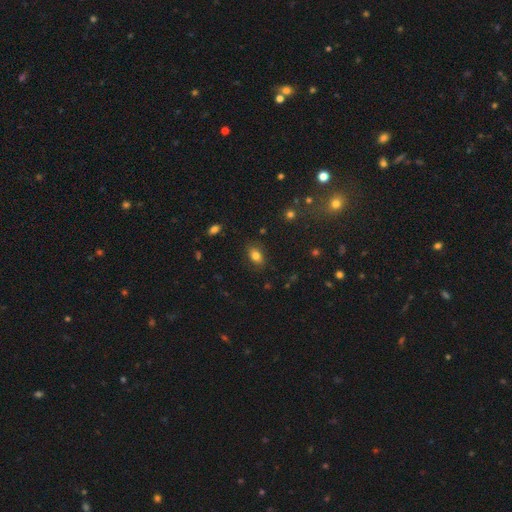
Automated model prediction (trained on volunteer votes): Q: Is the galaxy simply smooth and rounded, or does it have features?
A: smooth — 81%.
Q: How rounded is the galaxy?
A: in between — 84%.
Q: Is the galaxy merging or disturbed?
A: none — 83%.